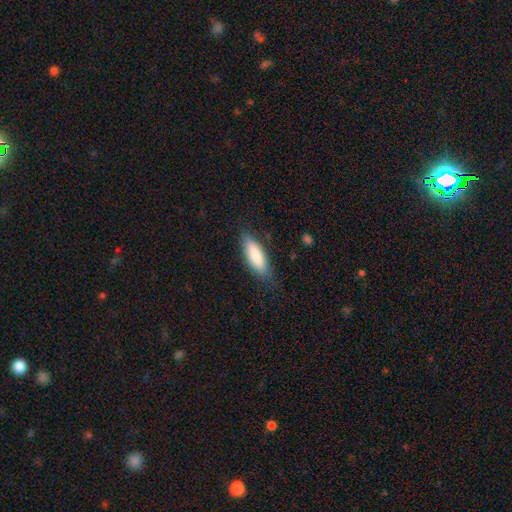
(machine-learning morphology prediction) The model was most divided on "how rounded": in between: 58%, cigar-shaped: 41%, round: 2%. More confident: smooth or featured — smooth (83%); merging — none (79%).